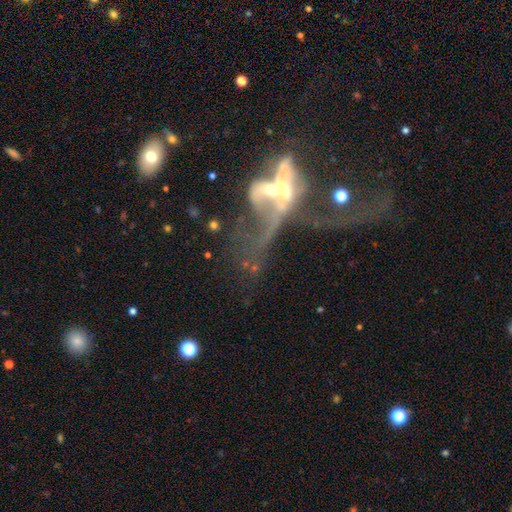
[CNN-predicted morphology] This appears to be a featured or disk galaxy (62%). Merging: merger (52%).